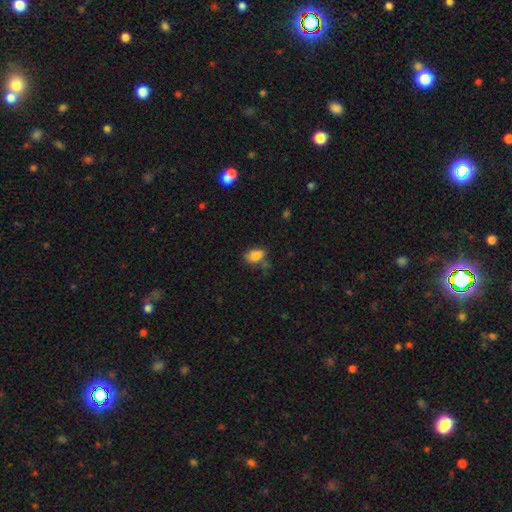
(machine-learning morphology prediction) Q: Smooth or featured?
A: smooth (82%); runner-up: star or artifact (10%)
Q: How rounded?
A: in between (83%); runner-up: round (15%)
Q: Merging?
A: none (53%); runner-up: minor disturbance (30%)